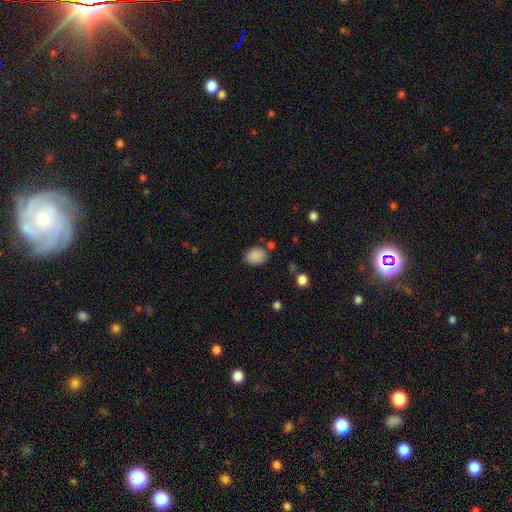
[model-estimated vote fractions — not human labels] Smooth or featured? Predicted: smooth (p=0.87). How rounded? Predicted: in between (p=0.57). Merging? Predicted: none (p=0.76).